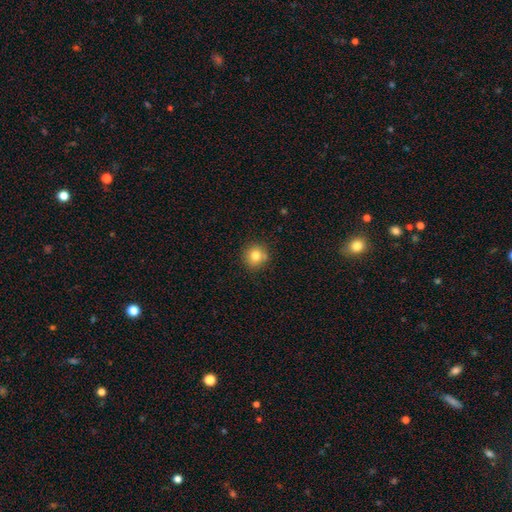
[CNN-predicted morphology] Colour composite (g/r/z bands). It shows a smooth galaxy with no disk features (81%) that is round (91%). Merging: none (86%).